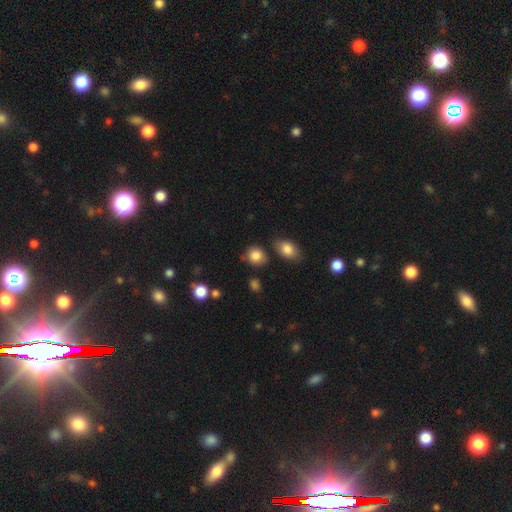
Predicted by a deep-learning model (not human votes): The model was most divided on "how rounded": round: 76%, in between: 23%, cigar-shaped: 1%. More confident: smooth or featured — smooth (84%); merging — none (73%).